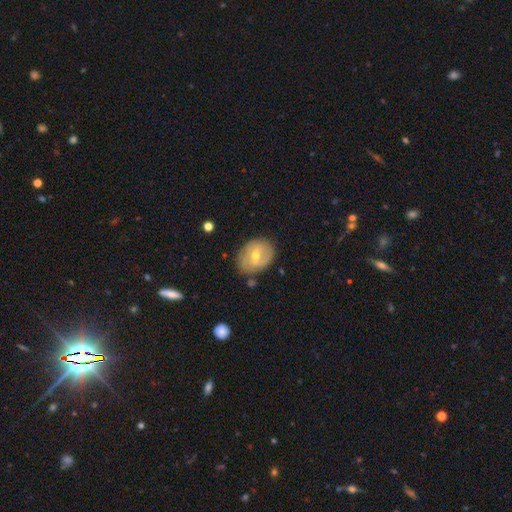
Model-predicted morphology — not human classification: The model was most divided on "bulge size": moderate: 56%, small: 41%, large: 1%, none: 1%, dominant: 1%. More confident: edge-on disk — no (95%); merging — none (72%); spiral arms — yes (70%); smooth or featured — featured or disk (64%); bar — weak (52%).